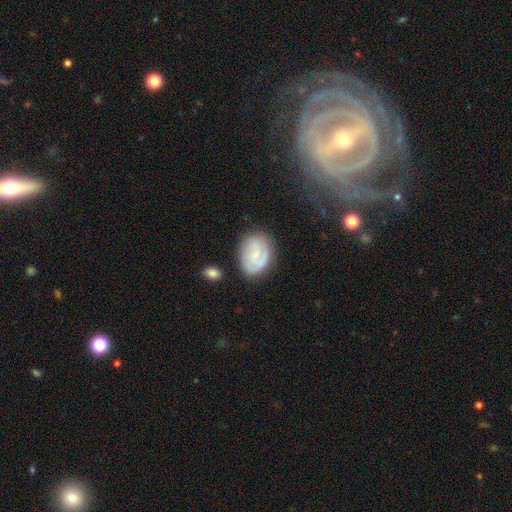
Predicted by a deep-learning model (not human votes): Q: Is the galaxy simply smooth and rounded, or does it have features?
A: featured or disk — 57%.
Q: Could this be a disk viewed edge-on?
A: no — 97%.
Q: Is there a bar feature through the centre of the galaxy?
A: weak — 46%.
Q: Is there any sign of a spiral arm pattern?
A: yes — 83%.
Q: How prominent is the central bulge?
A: small — 55%.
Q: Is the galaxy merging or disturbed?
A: none — 73%.